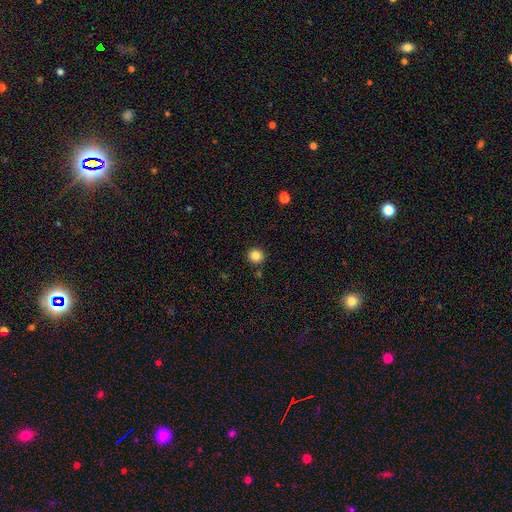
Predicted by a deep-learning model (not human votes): A smooth galaxy with no disk features (84%) that is round (93%). Merging: none (89%).